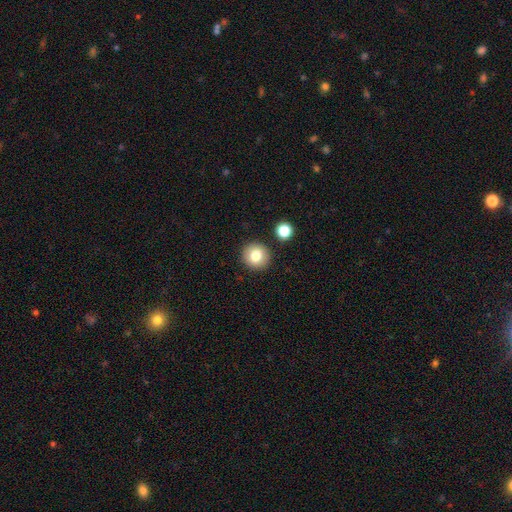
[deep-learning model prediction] smooth-or-featured: smooth: 80% | star or artifact: 10% | featured or disk: 10%
  how-rounded: round: 93% | in between: 6% | cigar-shaped: 1%
  merging: none: 89% | minor disturbance: 6% | merger: 3% | major disturbance: 2%